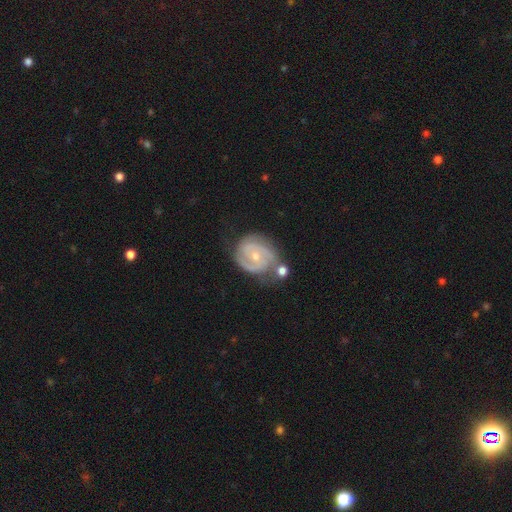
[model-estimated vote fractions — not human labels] A featured or disk galaxy (85%) with no bar (62%), 2 (62%) tight (61%) spiral arms (96%) and a small central bulge (63%).

Vote fractions:
- Smooth or featured? featured or disk: 85% / smooth: 10% / star or artifact: 5%
- Edge-on disk? no: 98% / yes: 2%
- Bar? no: 62% / weak: 31% / strong: 7%
- Spiral arms? yes: 96% / no: 4%
- Spiral winding? tight: 61% / medium: 32% / loose: 7%
- Spiral arm count? 2: 62% / 3: 16% / can't tell: 13% / 1: 4% / 4: 3% / more than 4: 2%
- Bulge size? small: 63% / moderate: 34% / none: 1% / large: 1% / dominant: 1%
- Merging? none: 56% / minor disturbance: 22% / merger: 12% / major disturbance: 9%